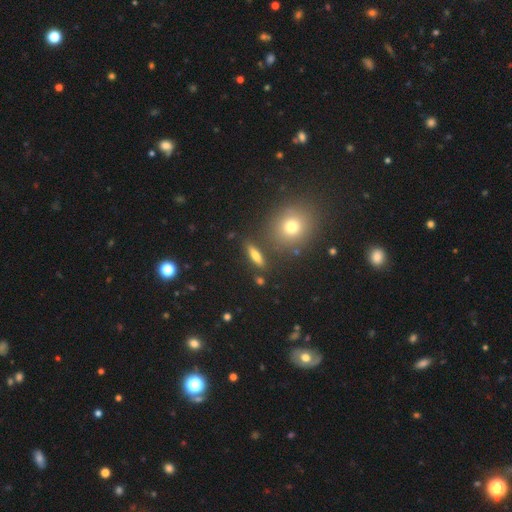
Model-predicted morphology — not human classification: smooth 63%, featured or disk 25%, star or artifact 12%. Down the decision tree: how rounded — cigar-shaped (63%); merging — none (83%).